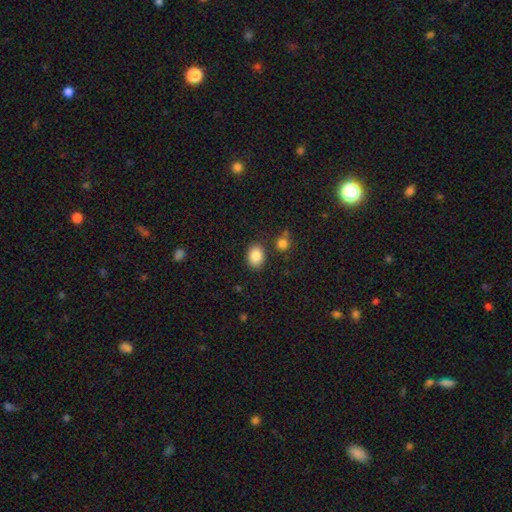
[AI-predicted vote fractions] The model was most divided on "how rounded": in between: 70%, round: 29%, cigar-shaped: 1%. More confident: smooth or featured — smooth (87%); merging — none (82%).